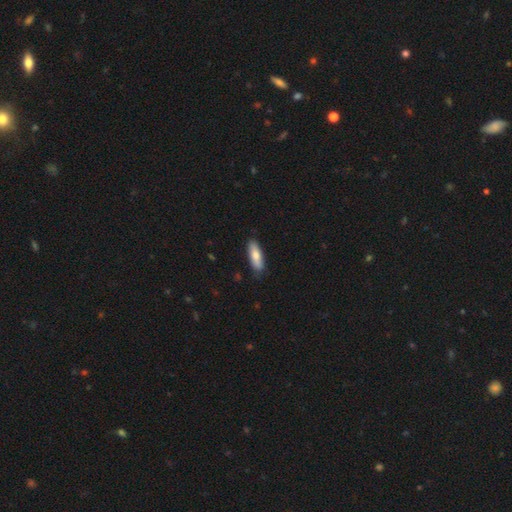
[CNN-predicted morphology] smooth_or_featured: smooth (p=0.77) [alt: featured or disk p=0.18]
how_rounded: in between (p=0.55) [alt: cigar-shaped p=0.43]
merging: none (p=0.85) [alt: minor disturbance p=0.12]